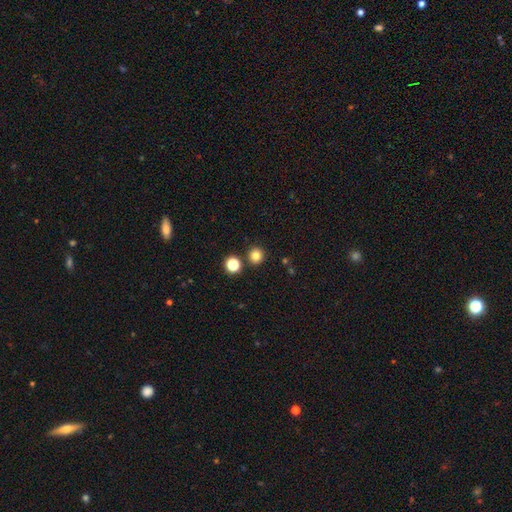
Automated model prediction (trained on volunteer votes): The model was most divided on "smooth or featured": smooth: 81%, star or artifact: 14%, featured or disk: 5%. More confident: how rounded — round (93%); merging — none (87%).